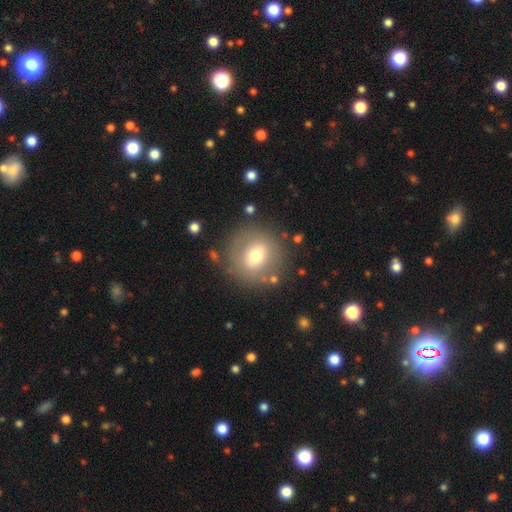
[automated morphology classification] Smooth or featured? smooth (63%)
How rounded? round (92%)
Merging? none (82%)